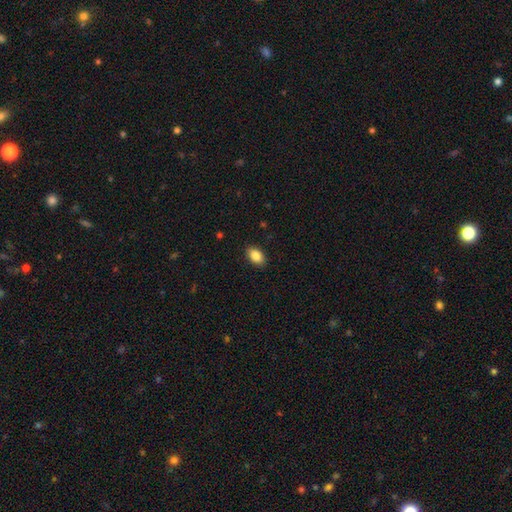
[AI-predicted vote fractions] Smooth or featured? Predicted: smooth (p=0.87). How rounded? Predicted: in between (p=0.91). Merging? Predicted: none (p=0.89).